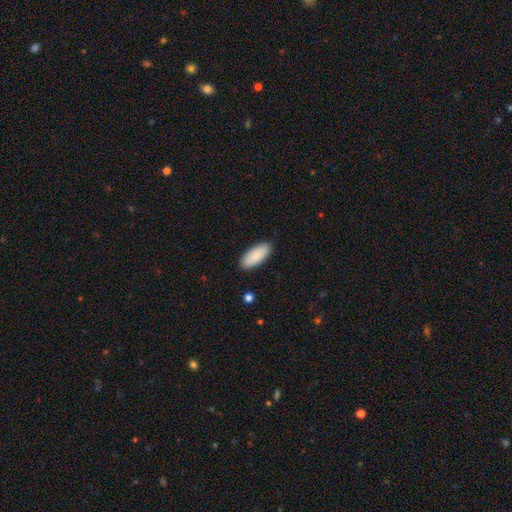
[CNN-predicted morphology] A smooth galaxy with no disk features (90%) that is in between round and cigar-shaped (84%).

Vote fractions:
- Smooth or featured? smooth: 90% / star or artifact: 5% / featured or disk: 5%
- How rounded? in between: 84% / cigar-shaped: 15% / round: 2%
- Merging? none: 89% / minor disturbance: 8% / major disturbance: 2% / merger: 1%